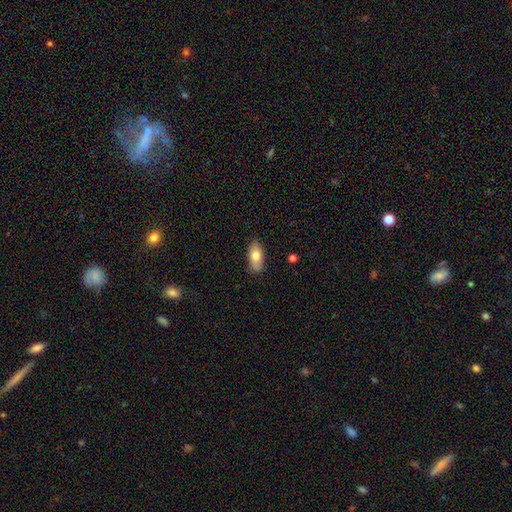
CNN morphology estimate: A smooth galaxy with no disk features (76%) that is in between round and cigar-shaped (85%). Merging: none (83%).